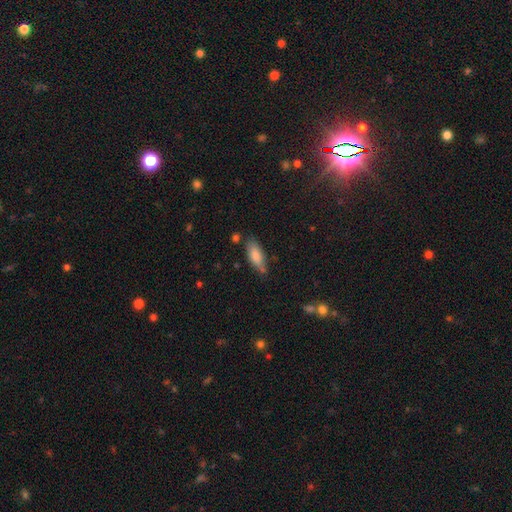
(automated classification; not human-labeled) Smooth or featured: smooth — 82% (featured or disk — 11%)
How rounded: in between — 73% (cigar-shaped — 25%)
Merging: none — 65% (minor disturbance — 24%)